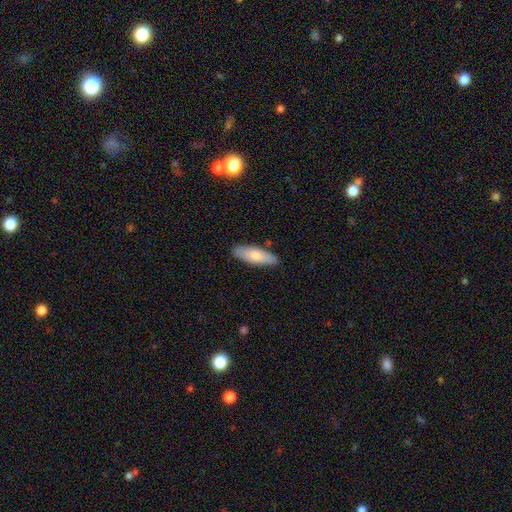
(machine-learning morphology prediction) Overall: smooth (76%). How rounded: in between (61%; cigar-shaped 37%). Merging: none (85%).